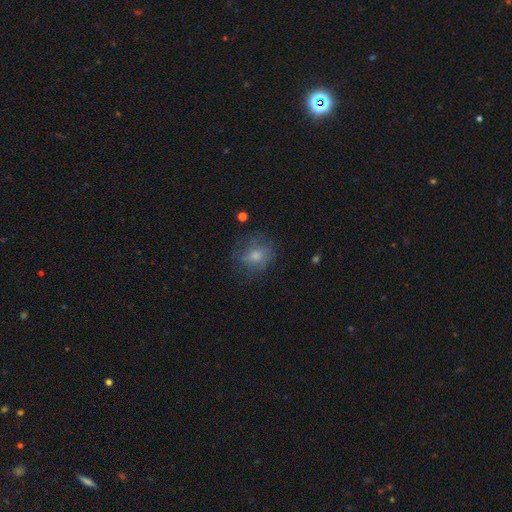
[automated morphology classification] type=smooth (60%); roundness=round (67%); merging=none (61%).